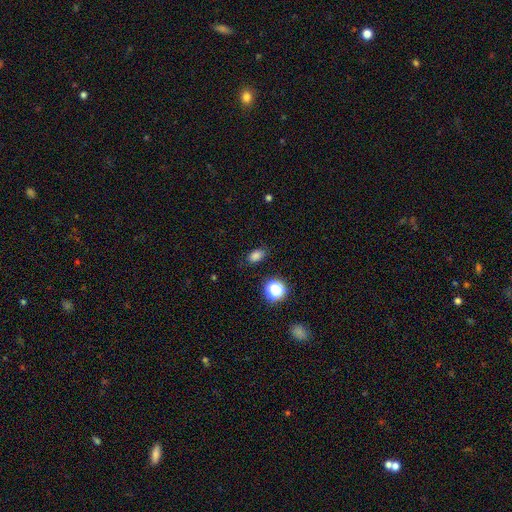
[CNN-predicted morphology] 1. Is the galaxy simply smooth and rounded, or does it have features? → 80% smooth, 15% star or artifact, 5% featured or disk.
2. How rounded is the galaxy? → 82% in between, 16% round, 2% cigar-shaped.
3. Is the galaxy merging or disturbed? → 84% none, 12% minor disturbance, 3% major disturbance, 2% merger.